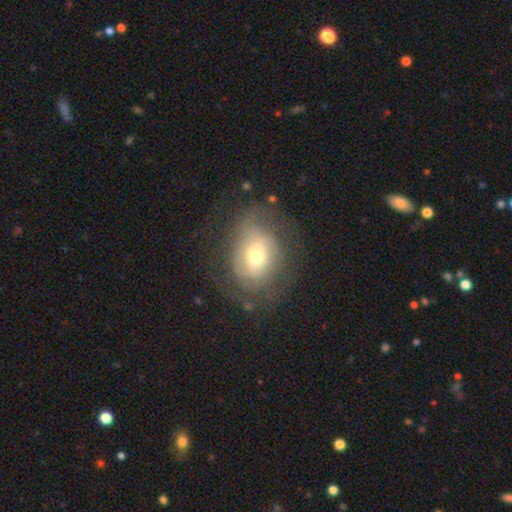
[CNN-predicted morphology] Overall: featured or disk (59%; smooth 33%). Edge-on disk: no (95%). Bar: no (58%; weak 31%). Spiral arms: yes (71%). Bulge size: moderate (60%; small 29%). Merging: none (65%).